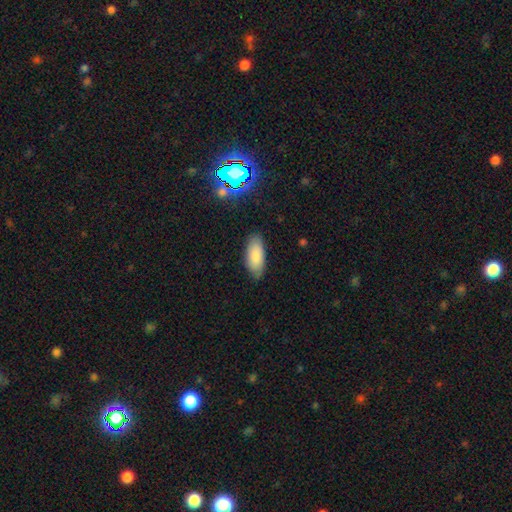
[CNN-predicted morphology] The model was most divided on "merging": none: 82%, minor disturbance: 14%, major disturbance: 3%, merger: 1%. More confident: how rounded — in between (87%); smooth or featured — smooth (84%).